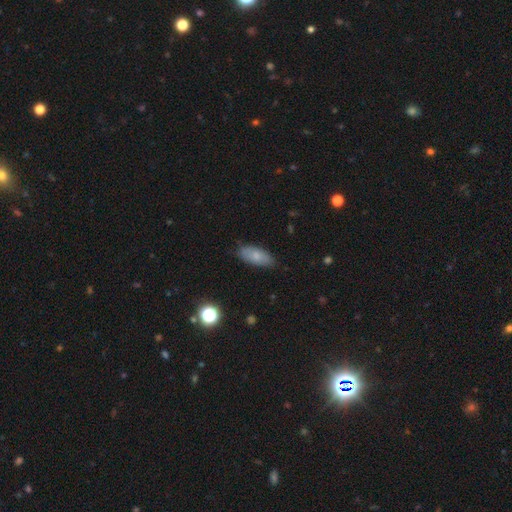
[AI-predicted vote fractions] smooth-or-featured: smooth: 77% | featured or disk: 15% | star or artifact: 8%
  how-rounded: in between: 84% | cigar-shaped: 13% | round: 3%
  merging: none: 80% | minor disturbance: 16% | major disturbance: 3% | merger: 1%